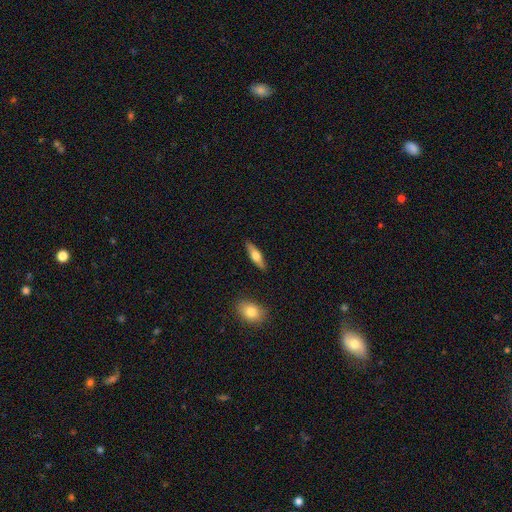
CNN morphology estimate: A smooth galaxy with no disk features (51%) that is cigar-shaped (62%).

Vote fractions:
- Smooth or featured? smooth: 51% / featured or disk: 43% / star or artifact: 6%
- How rounded? cigar-shaped: 62% / in between: 35% / round: 3%
- Merging? none: 87% / minor disturbance: 9% / major disturbance: 2% / merger: 2%